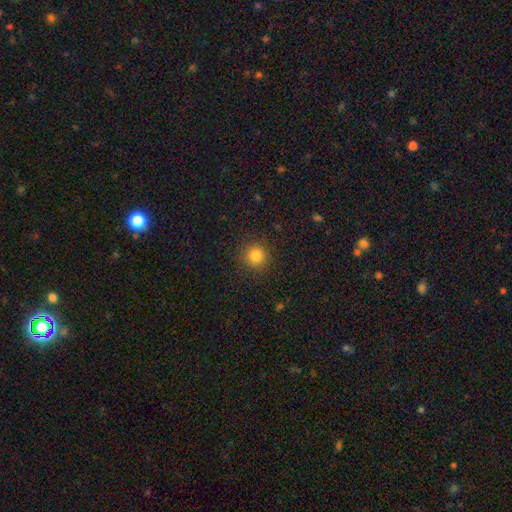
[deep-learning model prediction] Smooth or featured? Predicted: smooth (p=0.83). How rounded? Predicted: round (p=0.94). Merging? Predicted: none (p=0.91).